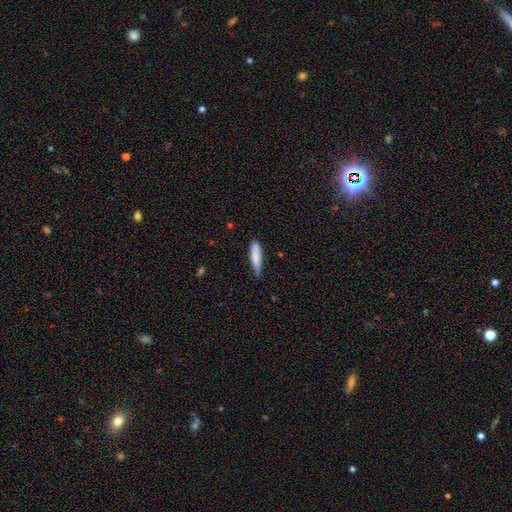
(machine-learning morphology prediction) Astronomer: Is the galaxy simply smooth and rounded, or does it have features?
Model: smooth — 82%.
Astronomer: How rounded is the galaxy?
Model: cigar-shaped — 77%.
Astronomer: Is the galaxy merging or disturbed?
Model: none — 68%.